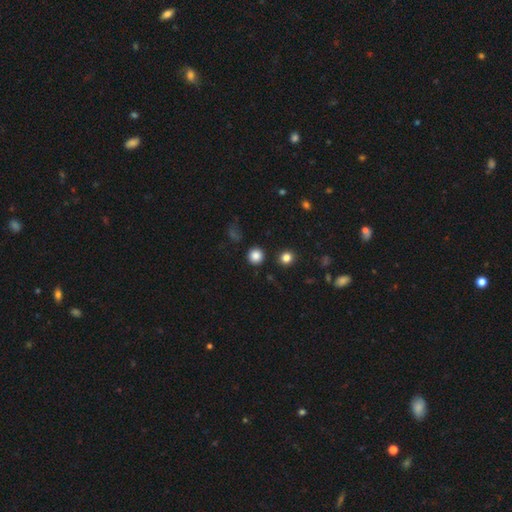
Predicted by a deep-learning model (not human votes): The model was most divided on "smooth or featured": smooth: 84%, star or artifact: 12%, featured or disk: 4%. More confident: how rounded — round (94%); merging — none (90%).